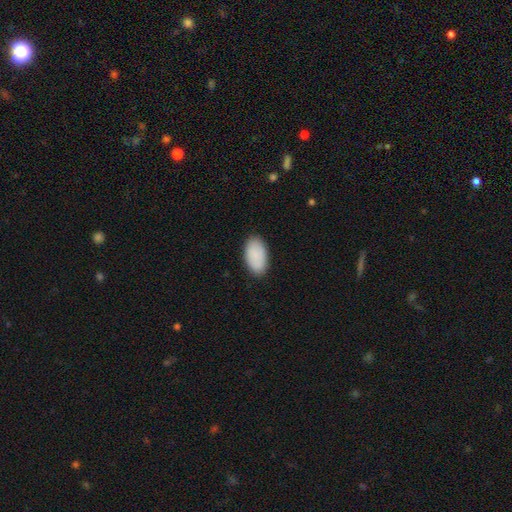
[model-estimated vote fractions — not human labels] Morphology: type=smooth (88%); roundness=in between (95%); merging=none (86%).